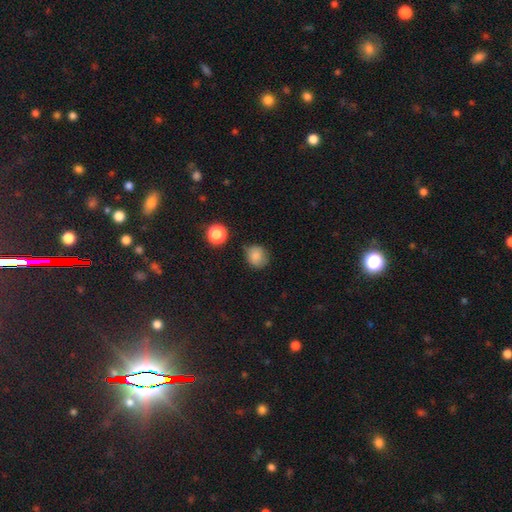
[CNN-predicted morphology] Q: Smooth or featured?
A: smooth (81%); runner-up: star or artifact (12%)
Q: How rounded?
A: round (77%); runner-up: in between (22%)
Q: Merging?
A: none (70%); runner-up: minor disturbance (22%)